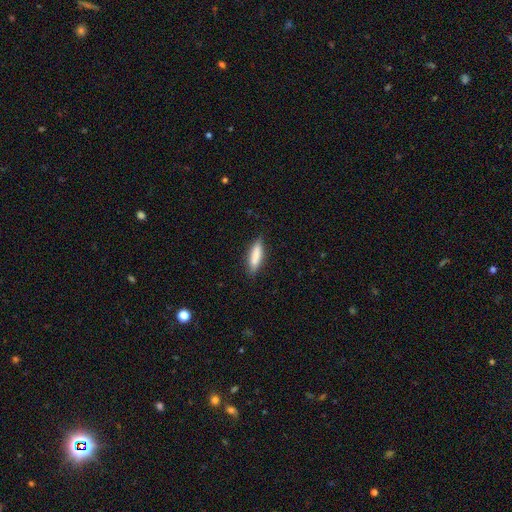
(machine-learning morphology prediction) Smooth or featured: smooth — 82% (featured or disk — 11%)
How rounded: cigar-shaped — 66% (in between — 33%)
Merging: none — 85% (minor disturbance — 12%)